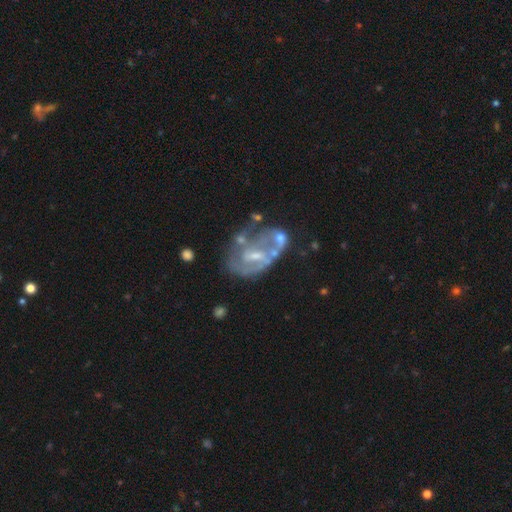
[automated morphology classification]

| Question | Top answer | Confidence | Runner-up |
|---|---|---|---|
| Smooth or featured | featured or disk | 77% | smooth (14%) |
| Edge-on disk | no | 97% | yes (3%) |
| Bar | weak | 43% | no (41%) |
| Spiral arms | yes | 58% | no (42%) |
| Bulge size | small | 49% | moderate (31%) |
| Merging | none | 35% | major disturbance (23%) |